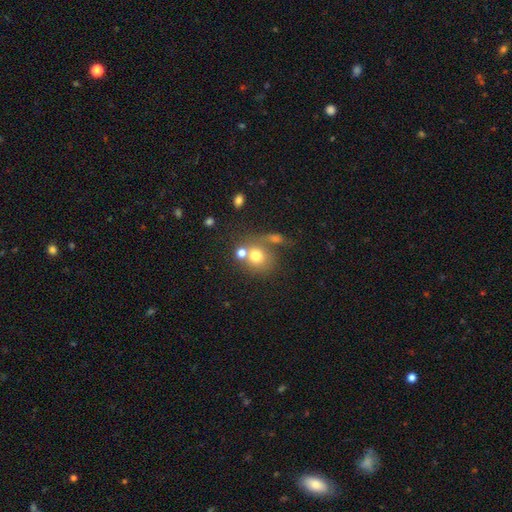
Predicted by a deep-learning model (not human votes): Overall: smooth (71%). How rounded: round (80%). Merging: none (41%; merger 39%).